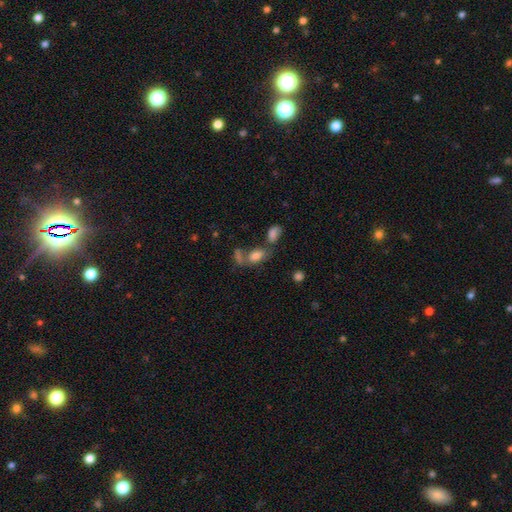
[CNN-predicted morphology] A smooth galaxy with no disk features (75%) that is in between round and cigar-shaped (87%). Merging: none (41%).